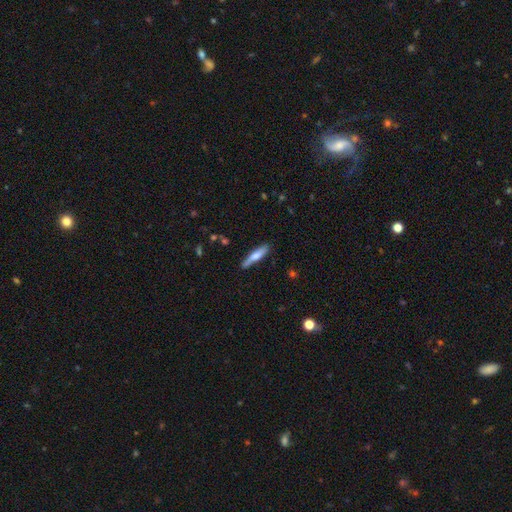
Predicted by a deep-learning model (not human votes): Morphology: type=smooth (59%); roundness=cigar-shaped (85%); merging=none (80%).